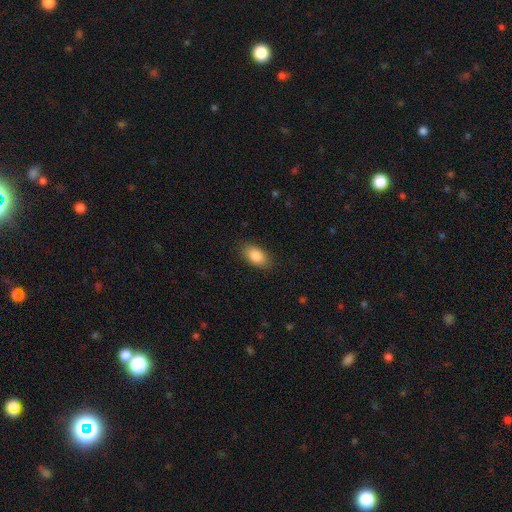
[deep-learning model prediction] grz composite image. It shows a smooth galaxy with no disk features (87%) that is in between round and cigar-shaped (91%). Merging: none (85%).